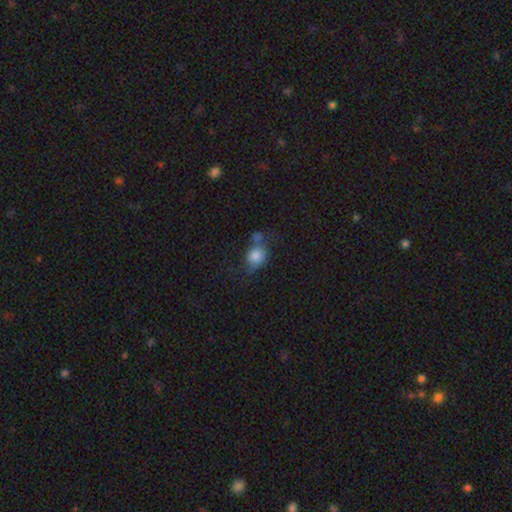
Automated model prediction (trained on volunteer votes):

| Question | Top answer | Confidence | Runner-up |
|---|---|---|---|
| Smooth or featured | smooth | 79% | featured or disk (12%) |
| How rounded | round | 58% | in between (40%) |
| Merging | none | 35% | merger (29%) |